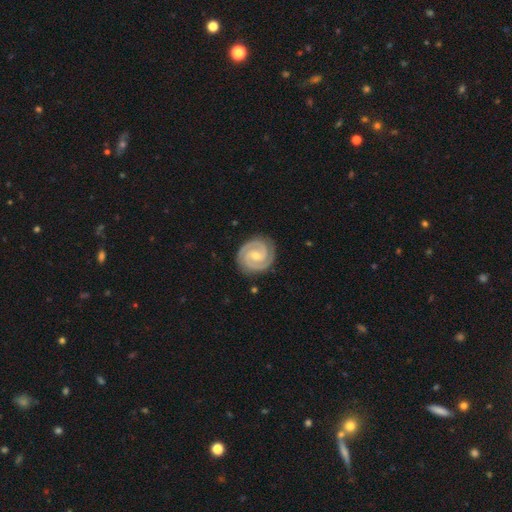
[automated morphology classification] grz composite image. It shows a featured or disk galaxy (92%) with a weak bar (42%), 2 (89%) tight (75%) spiral arms (99%) and a small central bulge (54%). Merging: none (86%).